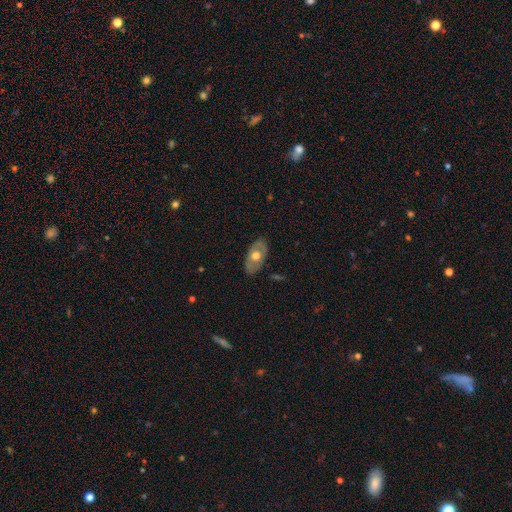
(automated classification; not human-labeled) This is possibly a featured or disk galaxy (48%). Merging: clearly none (83%).